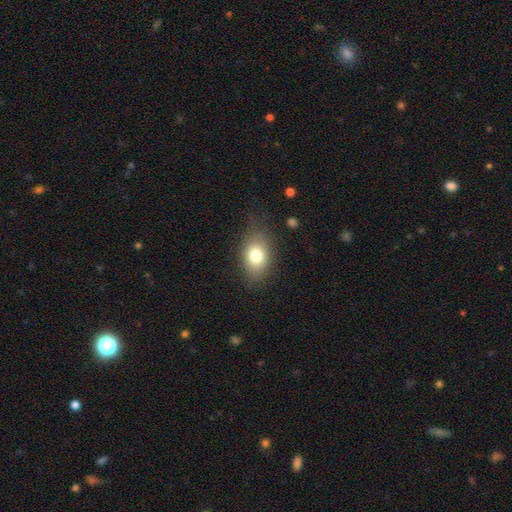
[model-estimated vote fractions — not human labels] smooth-or-featured: smooth: 77% | featured or disk: 13% | star or artifact: 10%
  how-rounded: in between: 77% | round: 21% | cigar-shaped: 2%
  merging: none: 75% | minor disturbance: 17% | major disturbance: 6% | merger: 1%